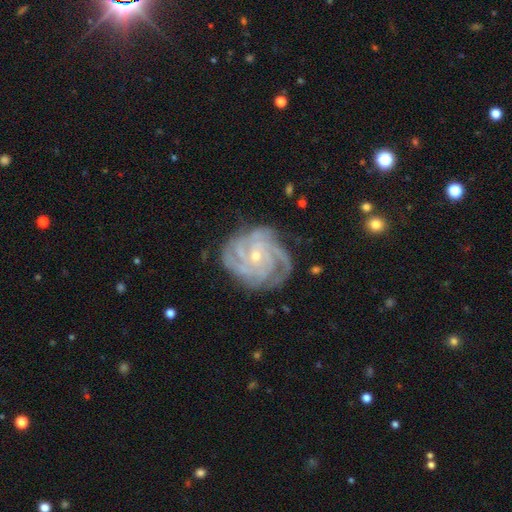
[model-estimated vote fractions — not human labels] Smooth or featured: featured or disk — 89% (star or artifact — 6%)
Edge-on disk: no — 98% (yes — 2%)
Bar: no — 71% (weak — 22%)
Spiral arms: yes — 98% (no — 2%)
Spiral winding: tight — 72% (medium — 24%)
Spiral arm count: 4 — 36% (3 — 24%)
Bulge size: small — 70% (moderate — 27%)
Merging: none — 74% (minor disturbance — 18%)